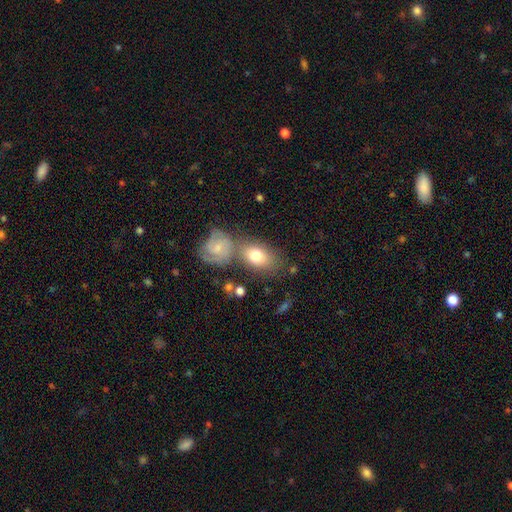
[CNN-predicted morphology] smooth 70%, featured or disk 23%, star or artifact 7%. Down the decision tree: how rounded — in between (82%); merging — none (50%).